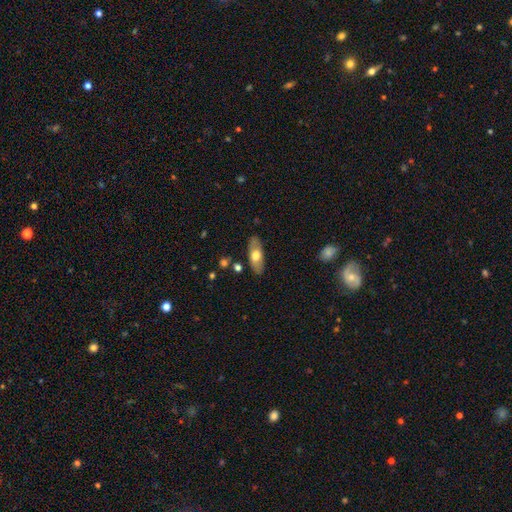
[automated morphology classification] Q: Smooth or featured?
A: smooth (57%); runner-up: featured or disk (37%)
Q: How rounded?
A: in between (80%); runner-up: cigar-shaped (17%)
Q: Merging?
A: none (83%); runner-up: minor disturbance (12%)